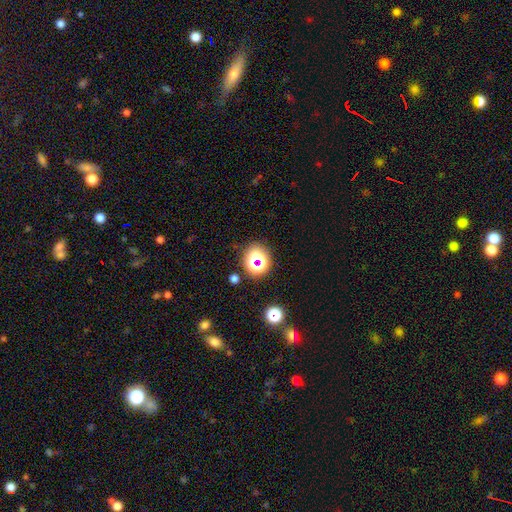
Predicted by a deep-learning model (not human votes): Morphology: type=star or artifact (50%).